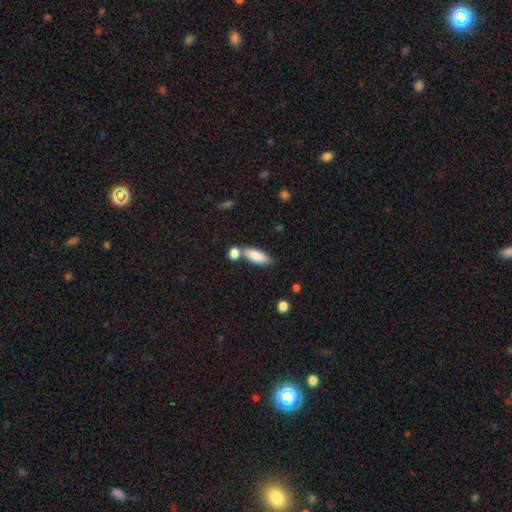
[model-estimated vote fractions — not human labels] This is clearly a smooth galaxy (84%). How rounded: likely in between (70%). Merging: possibly none (54%).